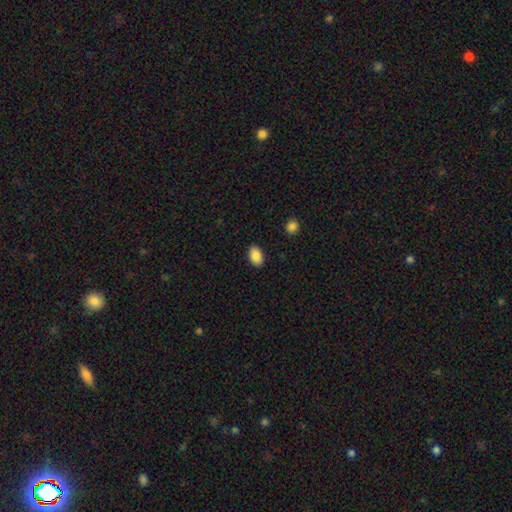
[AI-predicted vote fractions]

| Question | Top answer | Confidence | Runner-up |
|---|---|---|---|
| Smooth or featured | smooth | 88% | star or artifact (7%) |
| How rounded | in between | 91% | round (8%) |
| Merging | none | 89% | minor disturbance (8%) |